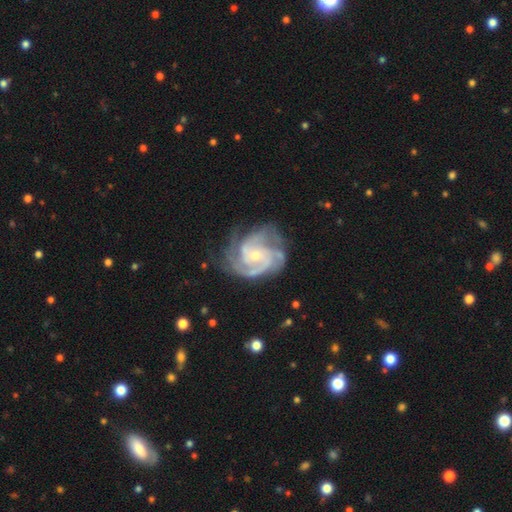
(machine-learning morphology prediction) Q: Smooth or featured?
A: featured or disk (91%); runner-up: star or artifact (5%)
Q: Edge-on disk?
A: no (98%); runner-up: yes (2%)
Q: Bar?
A: no (61%); runner-up: weak (31%)
Q: Spiral arms?
A: yes (98%); runner-up: no (2%)
Q: Spiral winding?
A: tight (50%); runner-up: medium (43%)
Q: Spiral arm count?
A: 3 (44%); runner-up: 2 (19%)
Q: Bulge size?
A: small (66%); runner-up: moderate (30%)
Q: Merging?
A: none (66%); runner-up: minor disturbance (21%)